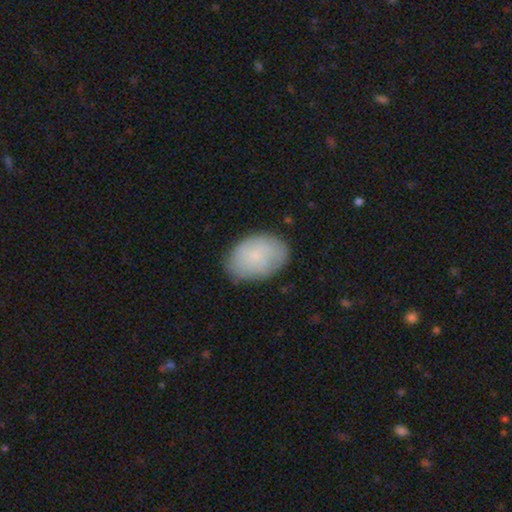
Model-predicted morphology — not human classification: smooth-or-featured: smooth: 73% | featured or disk: 20% | star or artifact: 7%
  how-rounded: in between: 82% | round: 17% | cigar-shaped: 1%
  merging: none: 78% | minor disturbance: 17% | major disturbance: 4% | merger: 1%